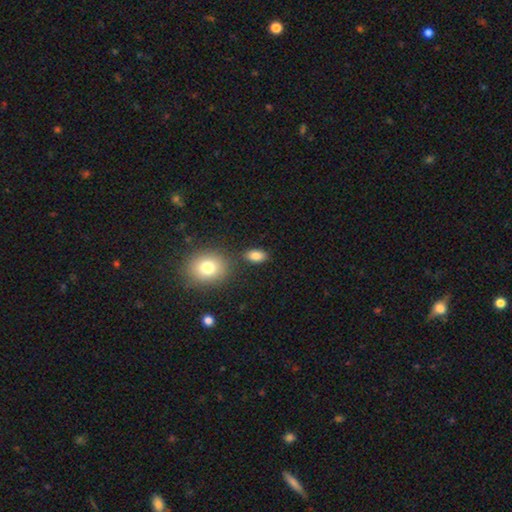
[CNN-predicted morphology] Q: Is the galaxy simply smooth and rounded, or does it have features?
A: smooth — 85%.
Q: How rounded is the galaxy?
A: in between — 87%.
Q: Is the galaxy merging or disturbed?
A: none — 79%.